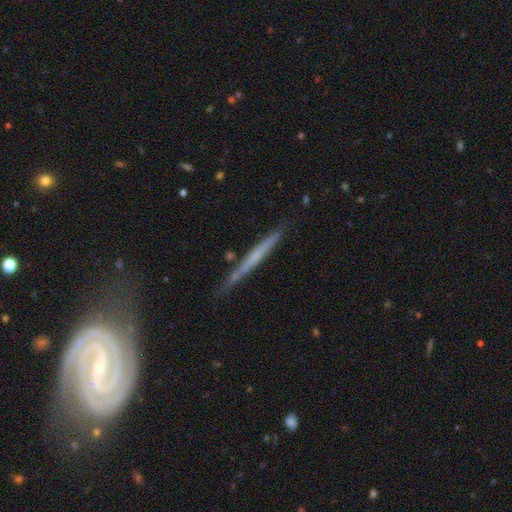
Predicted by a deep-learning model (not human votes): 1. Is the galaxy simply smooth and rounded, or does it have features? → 52% featured or disk, 41% smooth, 6% star or artifact.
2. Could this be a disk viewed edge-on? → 96% yes, 4% no.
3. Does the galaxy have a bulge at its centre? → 82% none, 12% rounded, 6% boxy.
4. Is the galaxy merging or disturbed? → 81% none, 14% minor disturbance, 3% merger, 3% major disturbance.